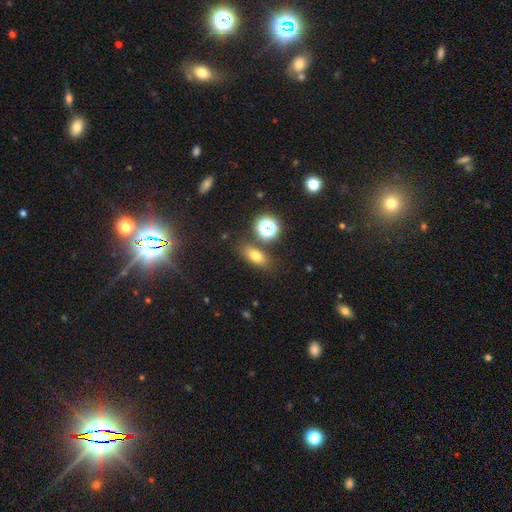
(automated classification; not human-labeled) smooth_or_featured: smooth (p=0.69) [alt: star or artifact p=0.18]
how_rounded: in between (p=0.71) [alt: round p=0.18]
merging: none (p=0.79) [alt: minor disturbance p=0.11]